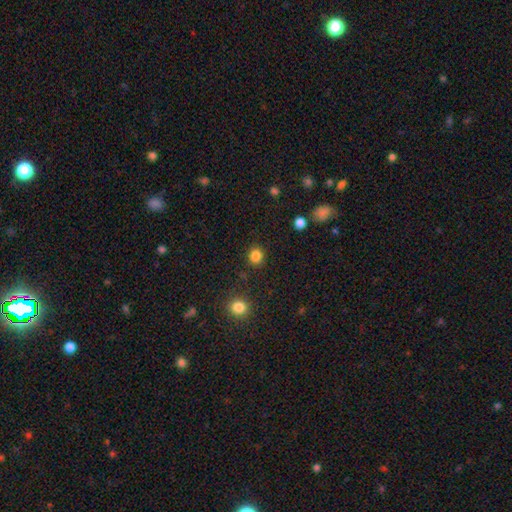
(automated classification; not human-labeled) The model was most divided on "how rounded": round: 84%, in between: 15%, cigar-shaped: 1%. More confident: merging — none (88%); smooth or featured — smooth (84%).